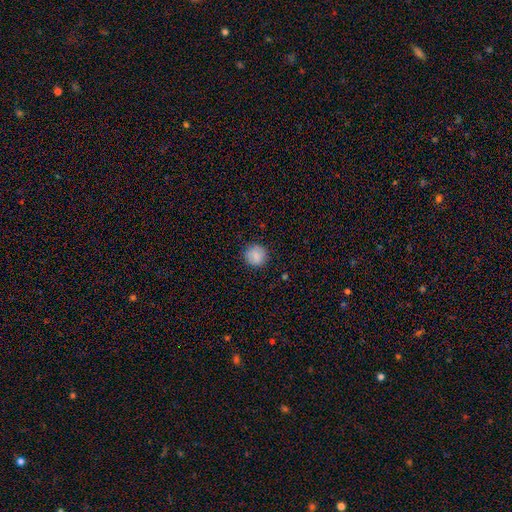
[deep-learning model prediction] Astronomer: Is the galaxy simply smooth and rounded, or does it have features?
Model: smooth — 86%.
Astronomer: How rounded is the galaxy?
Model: round — 93%.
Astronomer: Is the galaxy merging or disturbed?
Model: none — 88%.